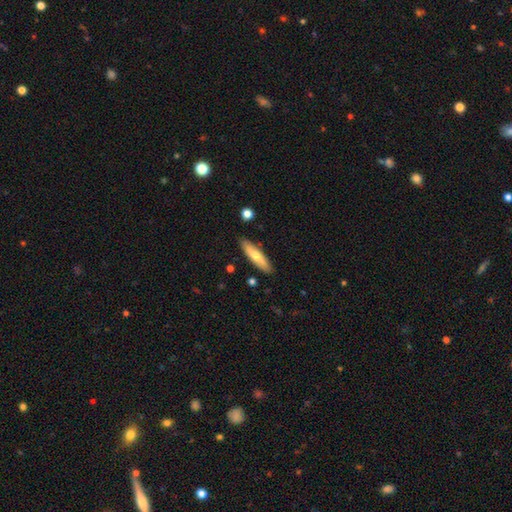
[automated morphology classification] This is likely a smooth galaxy (61%). How rounded: likely cigar-shaped (70%). Merging: clearly none (87%).